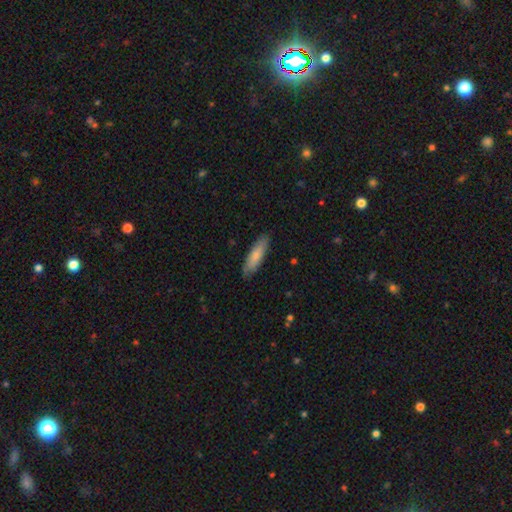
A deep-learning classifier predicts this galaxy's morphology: The model was most divided on "how rounded": cigar-shaped: 59%, in between: 40%, round: 1%. More confident: merging — none (84%); smooth or featured — smooth (76%).